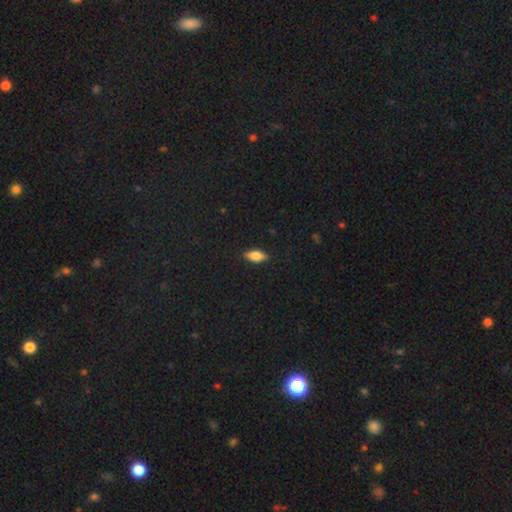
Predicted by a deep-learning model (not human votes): This is likely a smooth galaxy (75%). How rounded: clearly in between (82%). Merging: clearly none (87%).